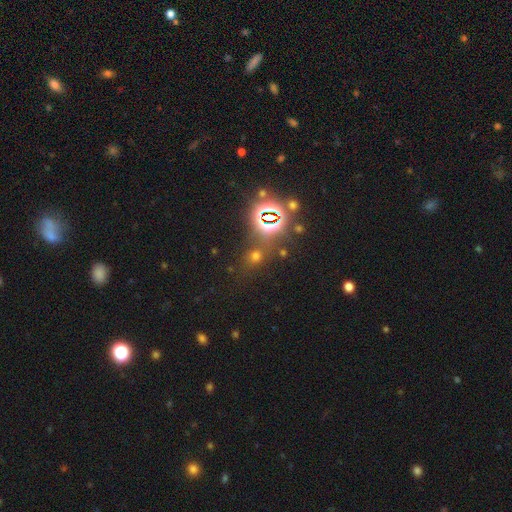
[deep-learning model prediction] A smooth galaxy with no disk features (48%). Merging: none (75%).